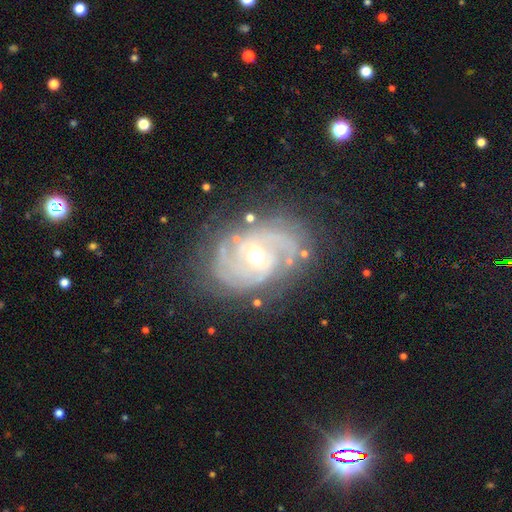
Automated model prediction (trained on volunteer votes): Morphology: type=featured or disk (88%); edge-on=no (97%); bar=no (48%); spiral arms=yes (96%); winding=tight (66%); arm count=2 (40%); bulge=moderate (60%); merging=none (75%).